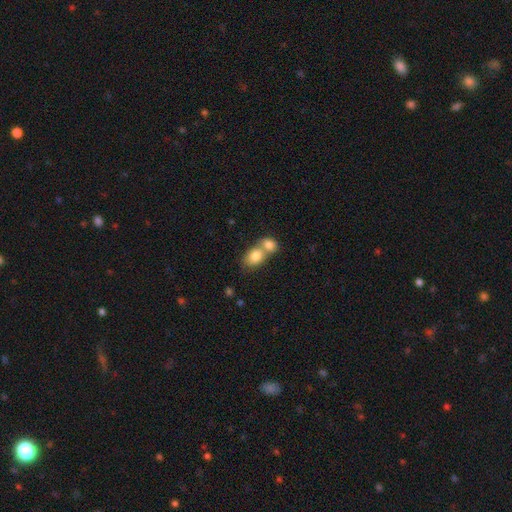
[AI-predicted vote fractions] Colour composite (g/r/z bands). It shows a smooth galaxy with no disk features (81%) that is in between round and cigar-shaped (63%). Merging: merger (66%).